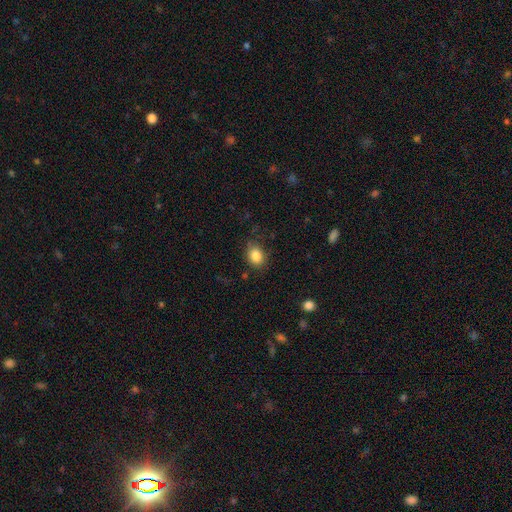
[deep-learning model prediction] Smooth or featured?
  - smooth: 85% *
  - star or artifact: 9%
  - featured or disk: 6%
How rounded?
  - in between: 59% *
  - round: 40%
  - cigar-shaped: 1%
Merging?
  - none: 77% *
  - minor disturbance: 17%
  - major disturbance: 5%
  - merger: 2%